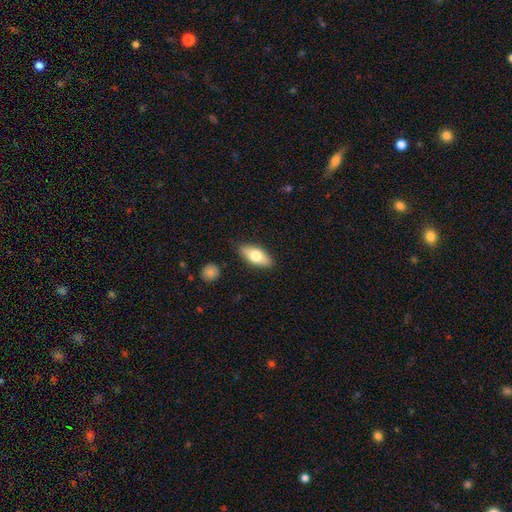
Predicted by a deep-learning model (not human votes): Smooth or featured?
  - smooth: 68% *
  - featured or disk: 26%
  - star or artifact: 6%
How rounded?
  - in between: 82% *
  - cigar-shaped: 14%
  - round: 3%
Merging?
  - none: 86% *
  - minor disturbance: 11%
  - major disturbance: 2%
  - merger: 2%